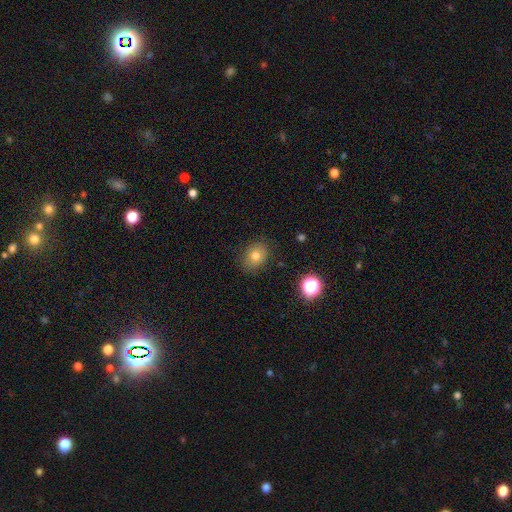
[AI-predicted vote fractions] The model was most divided on "how rounded": in between: 56%, round: 43%, cigar-shaped: 1%. More confident: merging — none (84%); smooth or featured — smooth (76%).